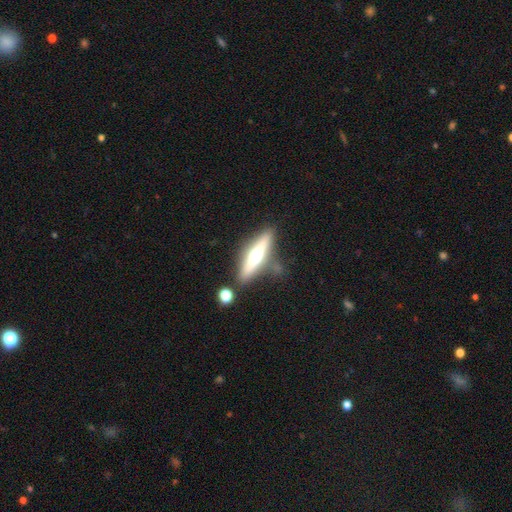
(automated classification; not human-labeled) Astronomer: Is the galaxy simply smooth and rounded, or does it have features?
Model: featured or disk — 63%.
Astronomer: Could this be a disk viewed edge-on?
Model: yes — 92%.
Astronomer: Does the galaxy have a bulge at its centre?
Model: rounded — 93%.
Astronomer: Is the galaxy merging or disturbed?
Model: none — 78%.